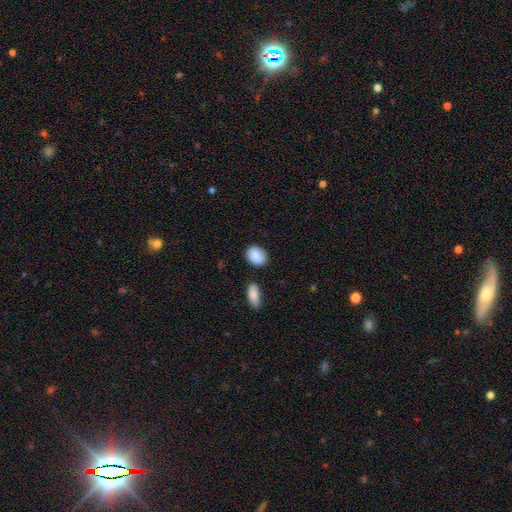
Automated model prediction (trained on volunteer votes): The model was most divided on "how rounded": in between: 65%, round: 34%, cigar-shaped: 1%. More confident: smooth or featured — smooth (88%); merging — none (82%).